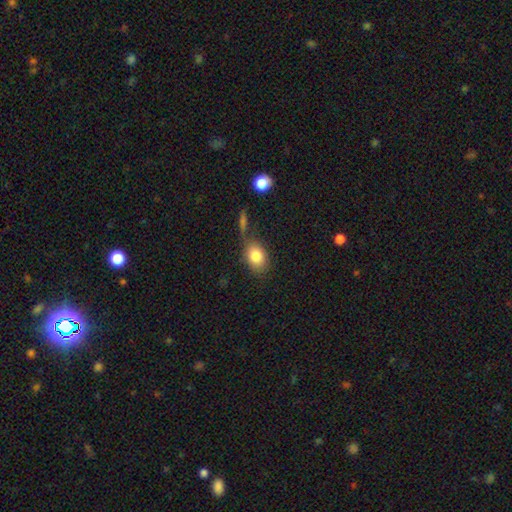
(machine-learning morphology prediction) Q: Smooth or featured?
A: smooth (82%); runner-up: featured or disk (9%)
Q: How rounded?
A: in between (72%); runner-up: round (26%)
Q: Merging?
A: none (61%); runner-up: minor disturbance (19%)